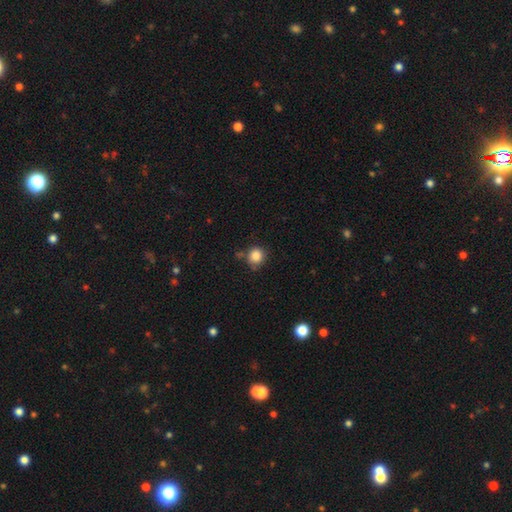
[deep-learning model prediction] smooth_or_featured: smooth (p=0.85) [alt: star or artifact p=0.10]
how_rounded: round (p=0.87) [alt: in between p=0.13]
merging: none (p=0.73) [alt: minor disturbance p=0.17]